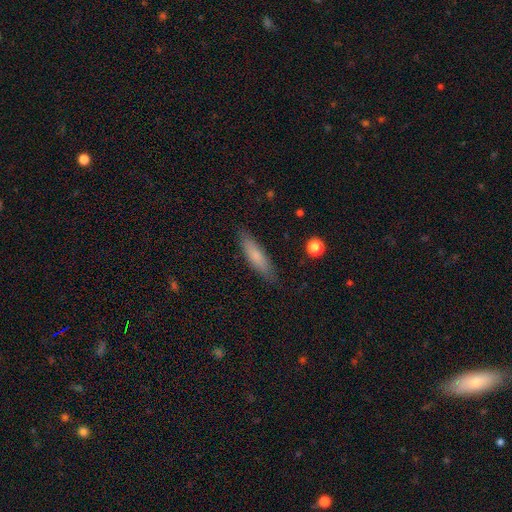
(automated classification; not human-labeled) A smooth galaxy with no disk features (75%) that is cigar-shaped (73%).

Vote fractions:
- Smooth or featured? smooth: 75% / featured or disk: 19% / star or artifact: 7%
- How rounded? cigar-shaped: 73% / in between: 26% / round: 2%
- Merging? none: 85% / minor disturbance: 11% / major disturbance: 2% / merger: 1%